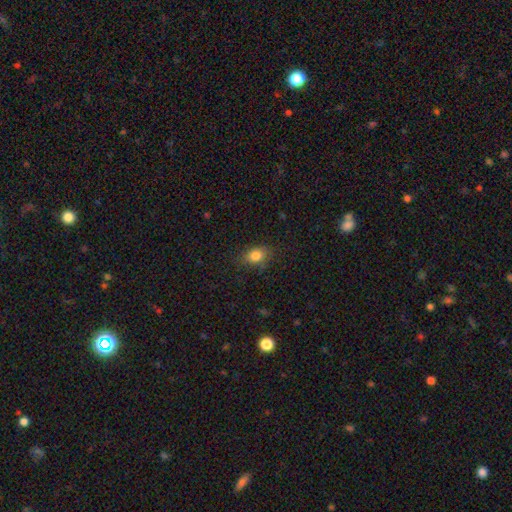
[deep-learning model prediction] smooth-or-featured: smooth: 82% | star or artifact: 10% | featured or disk: 8%
  how-rounded: in between: 74% | round: 24% | cigar-shaped: 2%
  merging: none: 79% | minor disturbance: 16% | major disturbance: 4% | merger: 1%